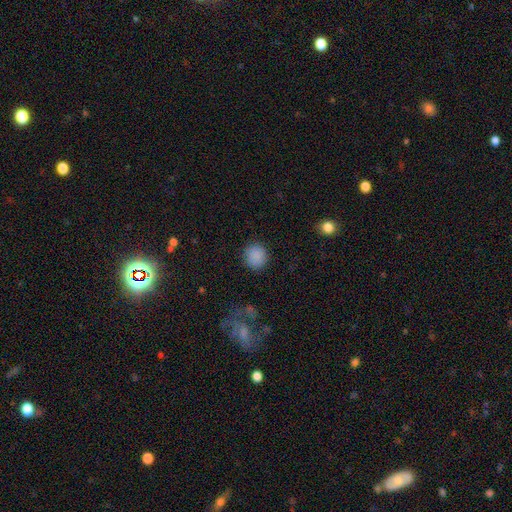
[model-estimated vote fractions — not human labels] Q: Smooth or featured?
A: smooth (87%); runner-up: star or artifact (9%)
Q: How rounded?
A: round (90%); runner-up: in between (9%)
Q: Merging?
A: none (88%); runner-up: minor disturbance (7%)